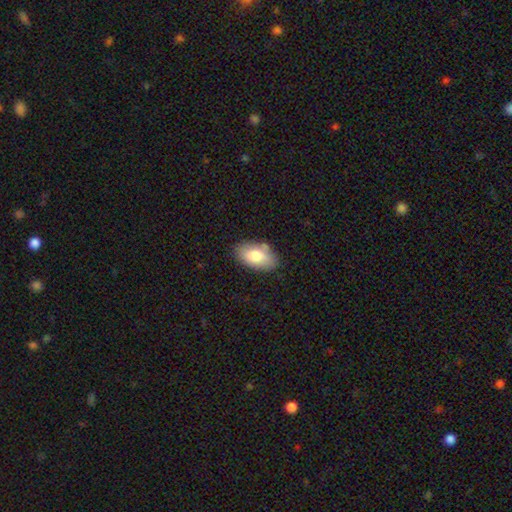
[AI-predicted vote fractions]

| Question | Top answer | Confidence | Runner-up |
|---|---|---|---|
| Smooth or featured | smooth | 78% | featured or disk (15%) |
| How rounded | in between | 94% | round (4%) |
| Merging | none | 77% | minor disturbance (16%) |